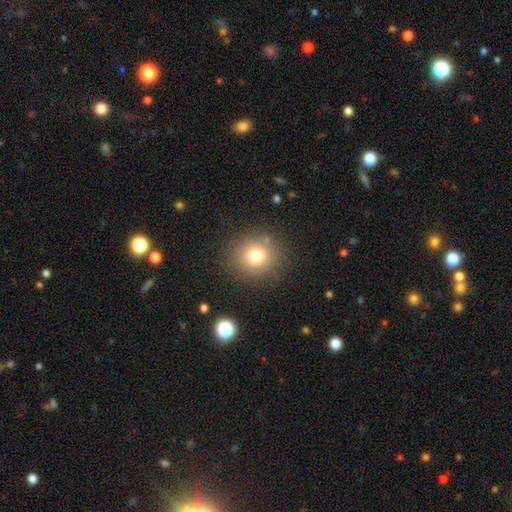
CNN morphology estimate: Smooth or featured? Predicted: smooth (p=0.76). How rounded? Predicted: round (p=0.90). Merging? Predicted: none (p=0.86).